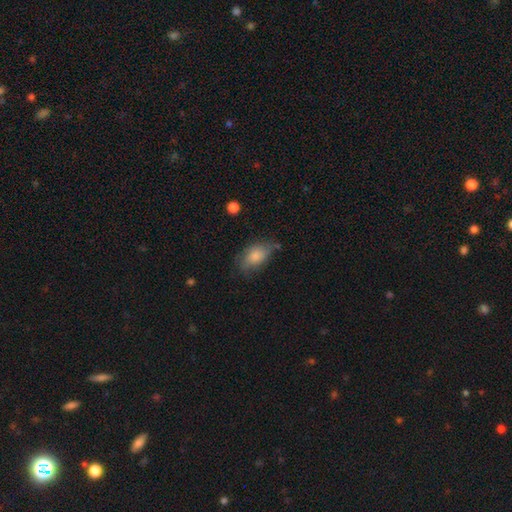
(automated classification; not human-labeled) Smooth or featured: smooth — 78% (featured or disk — 14%)
How rounded: in between — 90% (round — 8%)
Merging: none — 56% (minor disturbance — 30%)